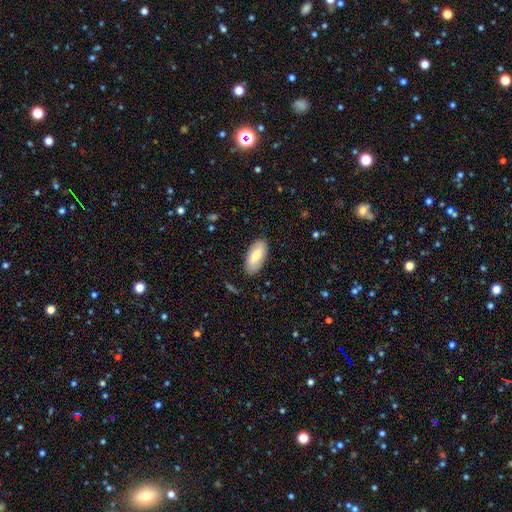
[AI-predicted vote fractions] The model was most divided on "smooth or featured": smooth: 72%, featured or disk: 22%, star or artifact: 6%. More confident: how rounded — in between (92%); merging — none (86%).